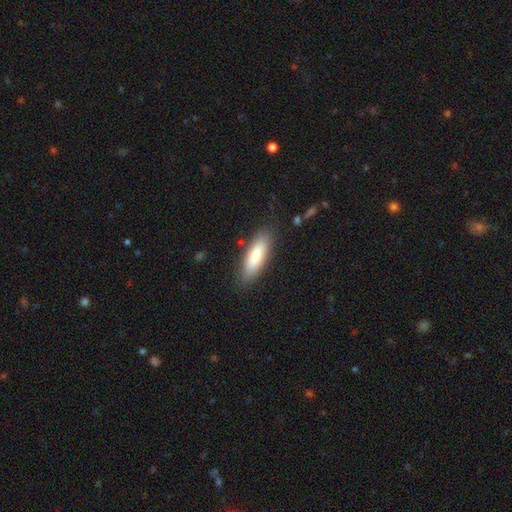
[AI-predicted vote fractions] Smooth or featured? Predicted: smooth (p=0.85). How rounded? Predicted: in between (p=0.59). Merging? Predicted: none (p=0.84).